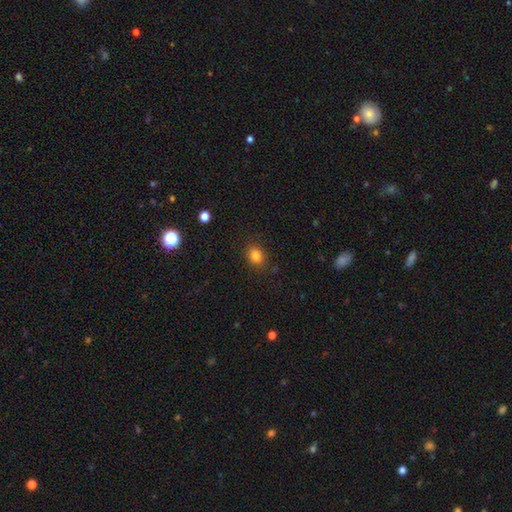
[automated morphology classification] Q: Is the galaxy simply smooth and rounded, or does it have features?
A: smooth — 82%.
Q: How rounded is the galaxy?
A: round — 57%.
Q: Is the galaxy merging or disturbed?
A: none — 86%.